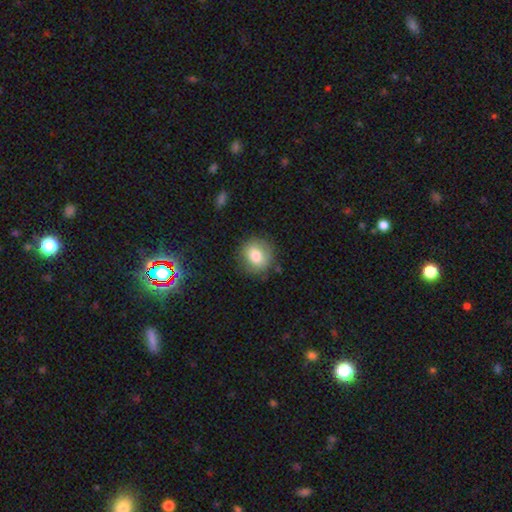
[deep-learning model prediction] Smooth or featured: smooth — 79% (featured or disk — 12%)
How rounded: round — 79% (in between — 20%)
Merging: none — 79% (minor disturbance — 14%)